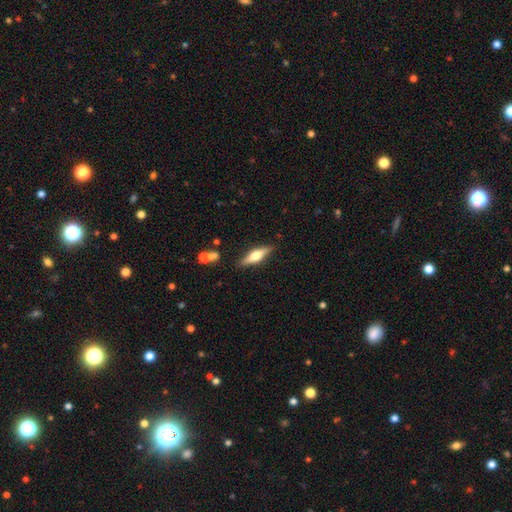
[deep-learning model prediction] Smooth or featured? Predicted: featured or disk (p=0.52). Edge-on disk? Predicted: yes (p=0.93). Merging? Predicted: none (p=0.86).